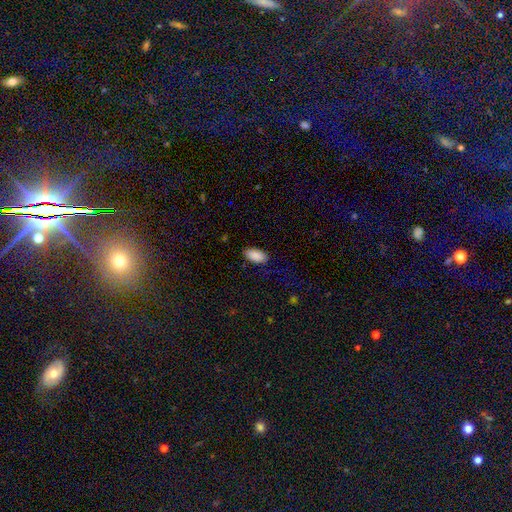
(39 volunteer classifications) This appears to be a smooth galaxy with no disk features (90%) that is in between round and cigar-shaped (97%). Merging: none (97%).